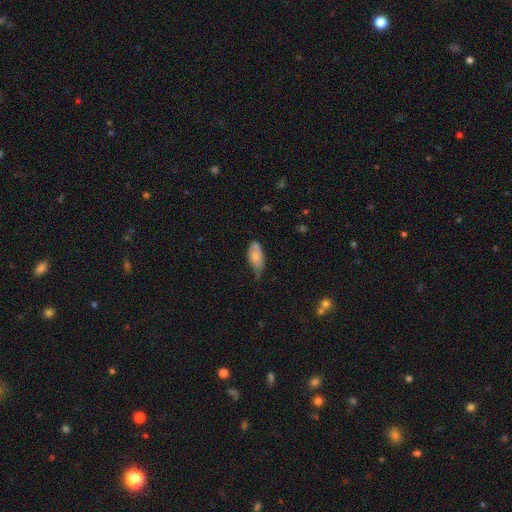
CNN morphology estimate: The model was most divided on "merging": minor disturbance: 47%, none: 36%, major disturbance: 14%, merger: 3%. More confident: how rounded — in between (87%); smooth or featured — smooth (71%).